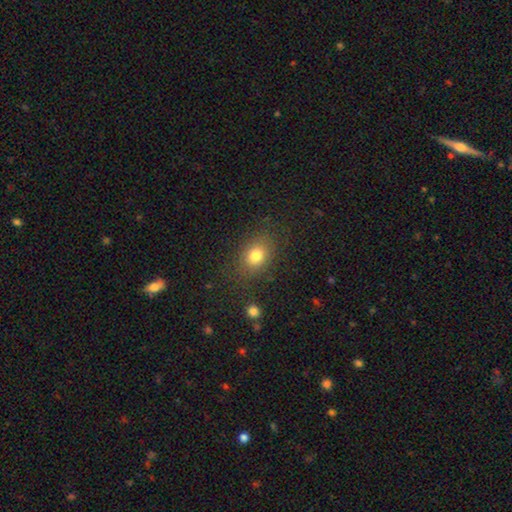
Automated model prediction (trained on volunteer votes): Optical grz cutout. It shows a smooth galaxy with no disk features (78%) that is in between round and cigar-shaped (63%). Merging: none (81%).